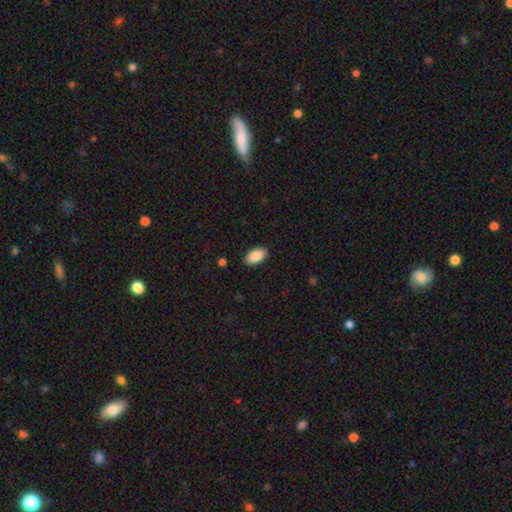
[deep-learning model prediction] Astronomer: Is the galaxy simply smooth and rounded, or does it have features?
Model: smooth — 86%.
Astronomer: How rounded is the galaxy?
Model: in between — 95%.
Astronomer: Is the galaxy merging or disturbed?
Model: none — 89%.